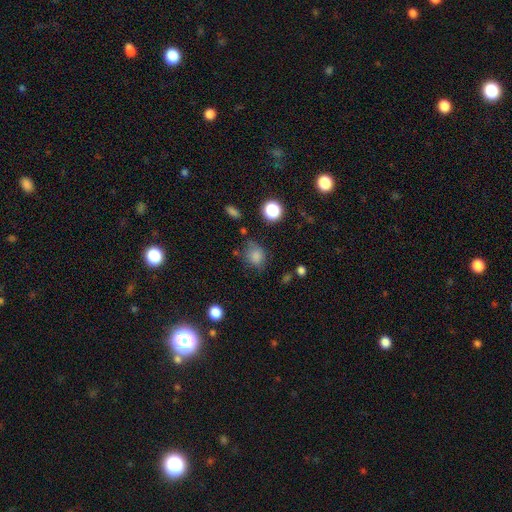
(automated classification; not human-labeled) Overall: smooth (80%). How rounded: round (61%; in between 38%). Merging: none (58%; minor disturbance 27%).